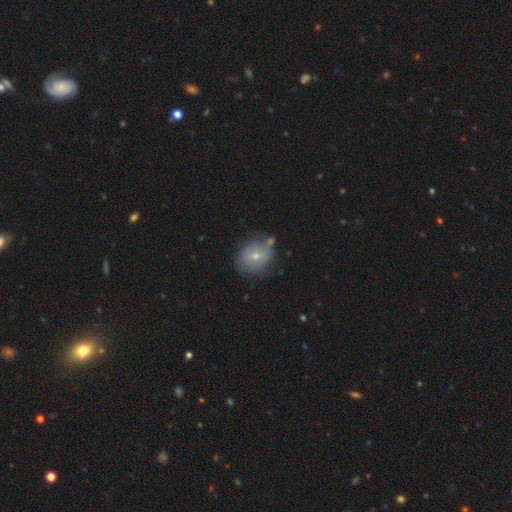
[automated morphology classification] smooth_or_featured: smooth (p=0.61) [alt: featured or disk p=0.30]
how_rounded: round (p=0.51) [alt: in between p=0.47]
merging: none (p=0.63) [alt: minor disturbance p=0.22]